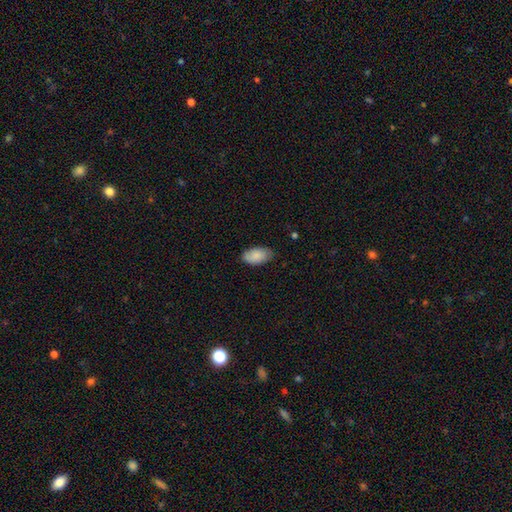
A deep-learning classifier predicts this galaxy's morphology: smooth_or_featured: smooth (p=0.87) [alt: featured or disk p=0.07]
how_rounded: in between (p=0.95) [alt: round p=0.03]
merging: none (p=0.75) [alt: minor disturbance p=0.21]